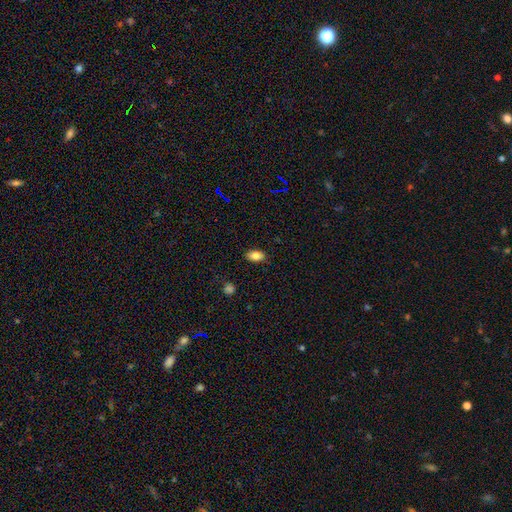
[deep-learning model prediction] smooth_or_featured: smooth (p=0.82) [alt: star or artifact p=0.09]
how_rounded: in between (p=0.88) [alt: round p=0.09]
merging: none (p=0.86) [alt: minor disturbance p=0.11]